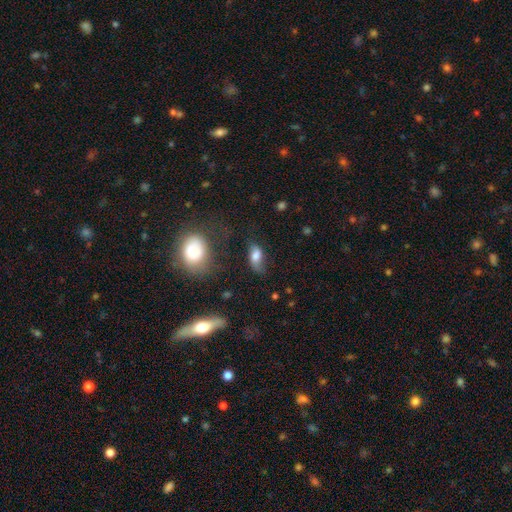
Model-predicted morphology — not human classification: smooth_or_featured: smooth (p=0.68) [alt: featured or disk p=0.22]
how_rounded: in between (p=0.87) [alt: round p=0.07]
merging: none (p=0.55) [alt: minor disturbance p=0.27]